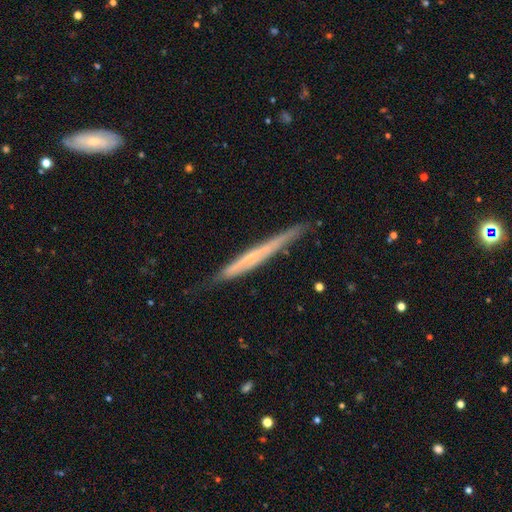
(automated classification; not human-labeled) This is possibly a featured or disk galaxy (55%). It is clearly viewed edge-on (95%). Edge-on bulge: likely none (79%). Merging: likely none (76%).